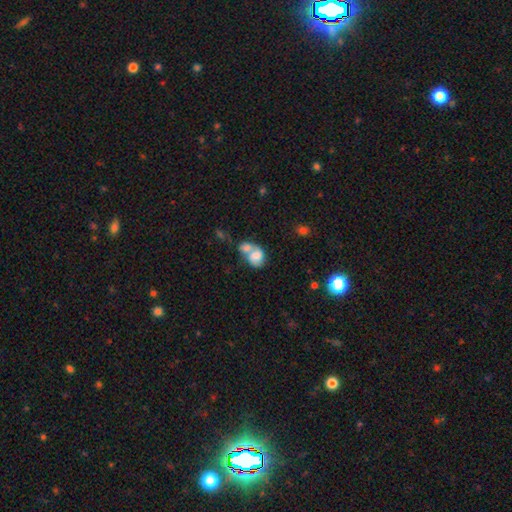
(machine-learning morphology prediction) The model was most divided on "how rounded": in between: 61%, round: 37%, cigar-shaped: 1%. More confident: merging — merger (71%); smooth or featured — smooth (66%).